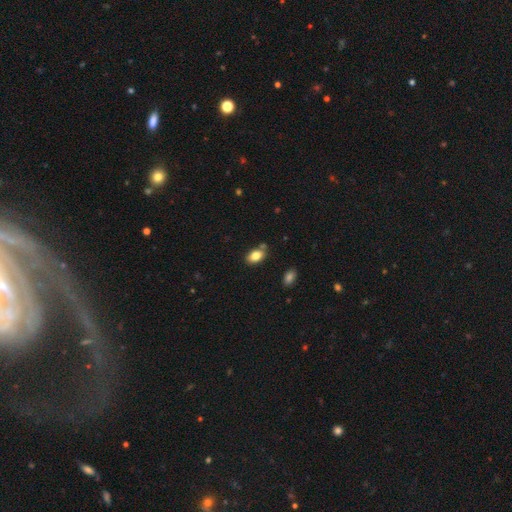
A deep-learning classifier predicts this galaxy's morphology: Smooth or featured?
  - smooth: 82% *
  - featured or disk: 9%
  - star or artifact: 8%
How rounded?
  - in between: 87% *
  - round: 11%
  - cigar-shaped: 2%
Merging?
  - none: 74% *
  - minor disturbance: 16%
  - merger: 7%
  - major disturbance: 3%